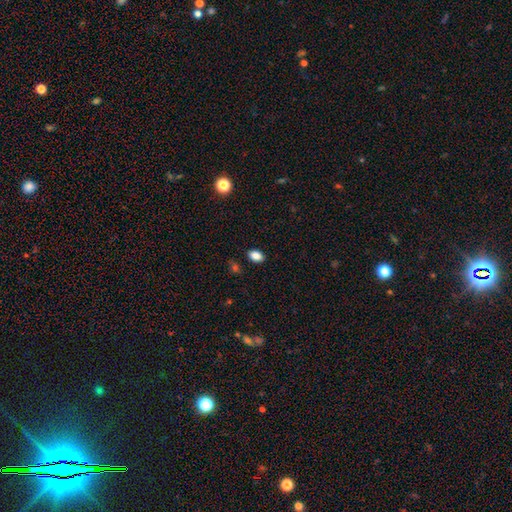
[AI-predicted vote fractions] A smooth galaxy with no disk features (85%) that is in between round and cigar-shaped (86%).

Vote fractions:
- Smooth or featured? smooth: 85% / star or artifact: 10% / featured or disk: 5%
- How rounded? in between: 86% / round: 12% / cigar-shaped: 2%
- Merging? none: 87% / minor disturbance: 9% / major disturbance: 2% / merger: 2%